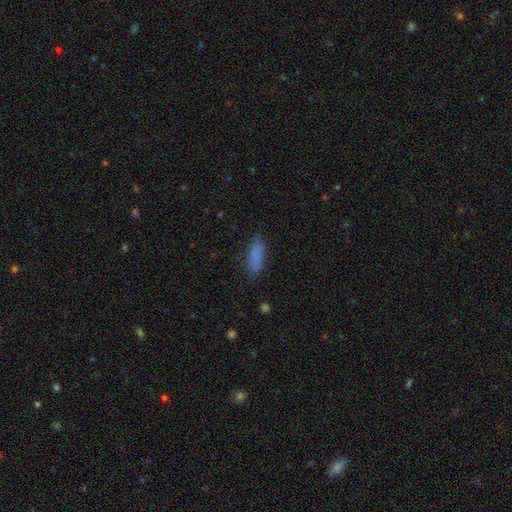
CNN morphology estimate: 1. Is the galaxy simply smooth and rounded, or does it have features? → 84% smooth, 8% star or artifact, 7% featured or disk.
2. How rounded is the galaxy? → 54% in between, 45% cigar-shaped, 2% round.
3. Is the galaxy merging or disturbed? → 81% none, 14% minor disturbance, 4% major disturbance, 1% merger.